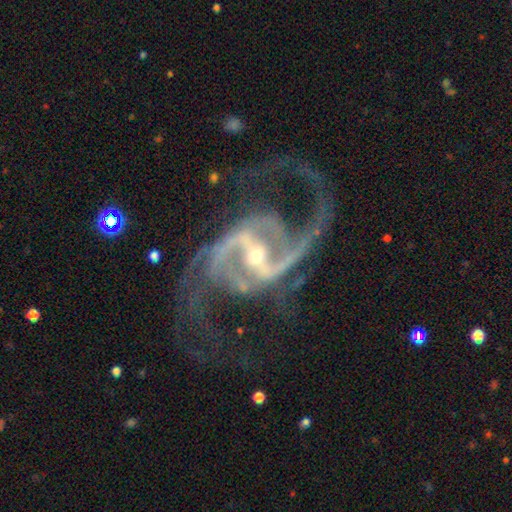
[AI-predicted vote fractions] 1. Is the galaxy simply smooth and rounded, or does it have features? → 93% featured or disk, 5% star or artifact, 2% smooth.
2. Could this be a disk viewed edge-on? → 98% no, 2% yes.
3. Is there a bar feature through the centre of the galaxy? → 61% strong, 29% weak, 10% no.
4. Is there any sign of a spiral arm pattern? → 98% yes, 2% no.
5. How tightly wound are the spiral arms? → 49% medium, 40% loose, 10% tight.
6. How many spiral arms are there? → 88% 2, 4% 3, 2% can't tell, 2% 1, 2% 4, 2% more than 4.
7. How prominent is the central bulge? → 64% small, 32% moderate, 2% large, 1% none, 1% dominant.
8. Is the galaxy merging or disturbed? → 64% none, 19% major disturbance, 14% minor disturbance, 3% merger.